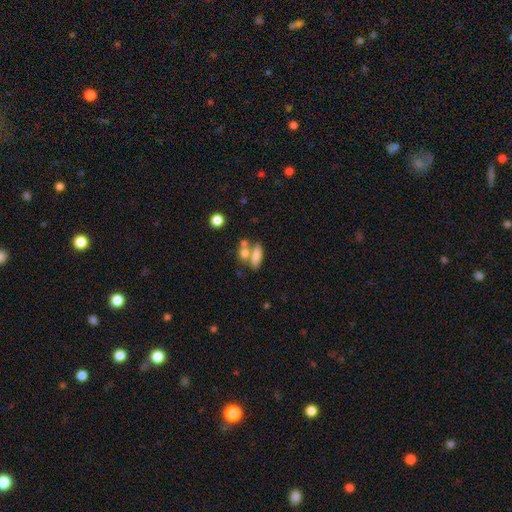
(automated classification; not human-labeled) Morphology: type=smooth (76%); roundness=in between (72%); merging=none (42%).